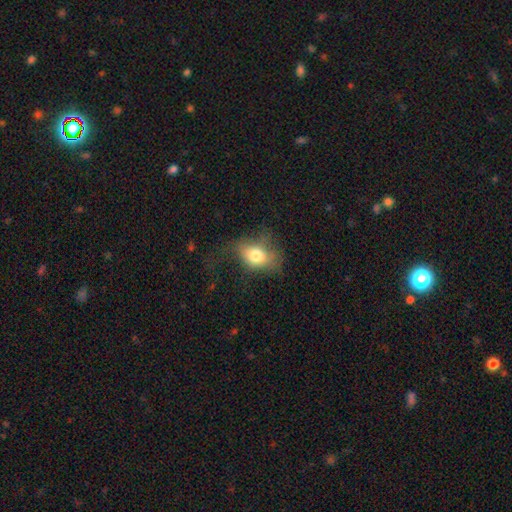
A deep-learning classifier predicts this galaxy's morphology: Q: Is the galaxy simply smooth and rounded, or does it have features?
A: smooth — 73%.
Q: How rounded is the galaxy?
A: in between — 77%.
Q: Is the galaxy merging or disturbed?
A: none — 41%.